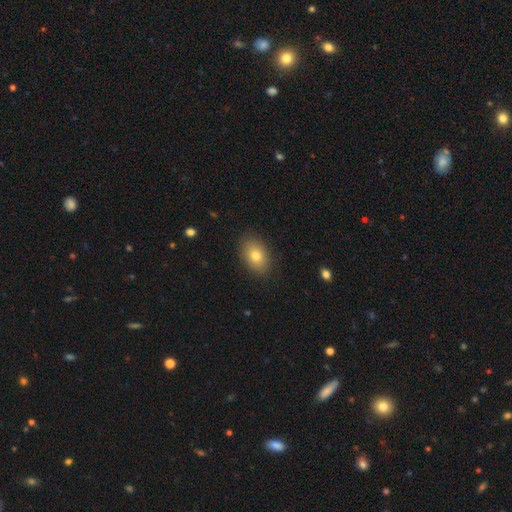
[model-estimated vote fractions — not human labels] Overall: smooth (79%). How rounded: in between (83%). Merging: none (87%).